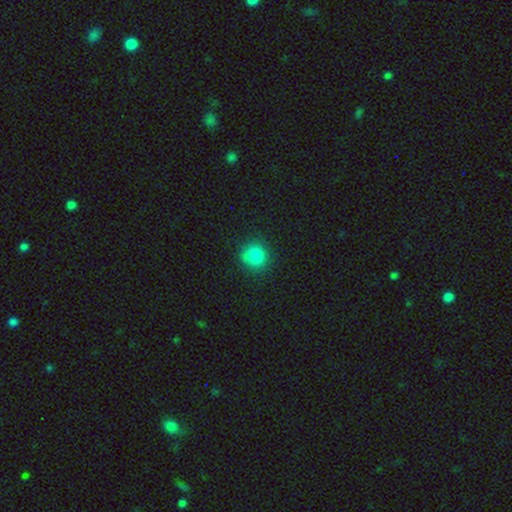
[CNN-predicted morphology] Q: Smooth or featured?
A: smooth (83%); runner-up: star or artifact (12%)
Q: How rounded?
A: round (88%); runner-up: in between (11%)
Q: Merging?
A: none (77%); runner-up: minor disturbance (16%)